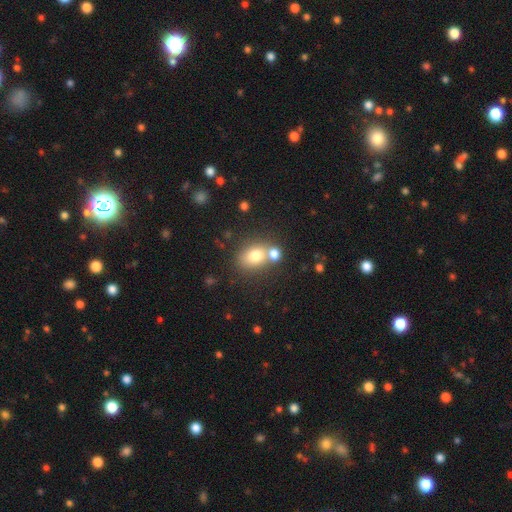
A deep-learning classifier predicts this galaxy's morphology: smooth 77%, featured or disk 12%, star or artifact 11%. Down the decision tree: how rounded — in between (58%); merging — none (52%).